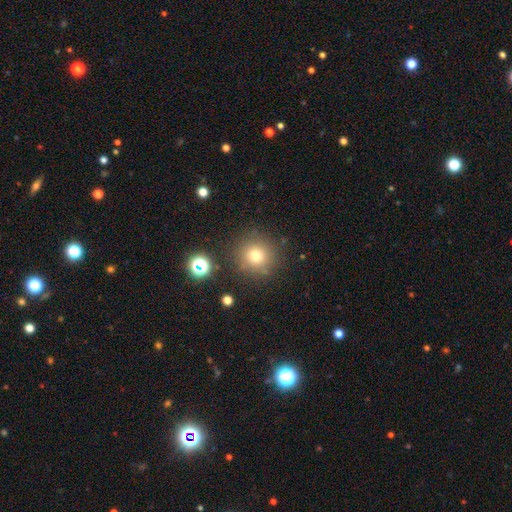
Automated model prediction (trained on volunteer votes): The model was most divided on "smooth or featured": smooth: 72%, star or artifact: 18%, featured or disk: 10%. More confident: how rounded — round (94%); merging — none (84%).